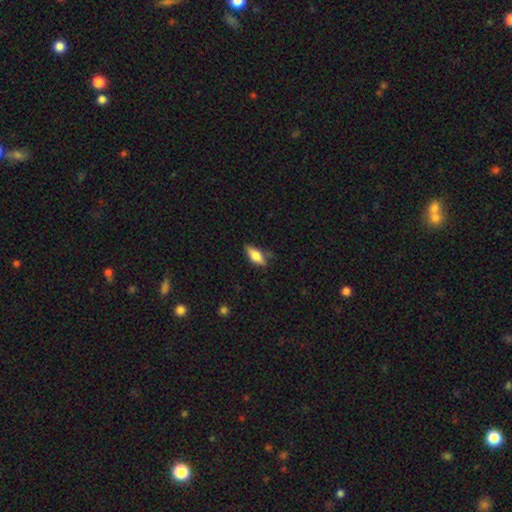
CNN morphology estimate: Smooth or featured: smooth — 71% (featured or disk — 22%)
How rounded: in between — 74% (cigar-shaped — 23%)
Merging: none — 74% (minor disturbance — 20%)